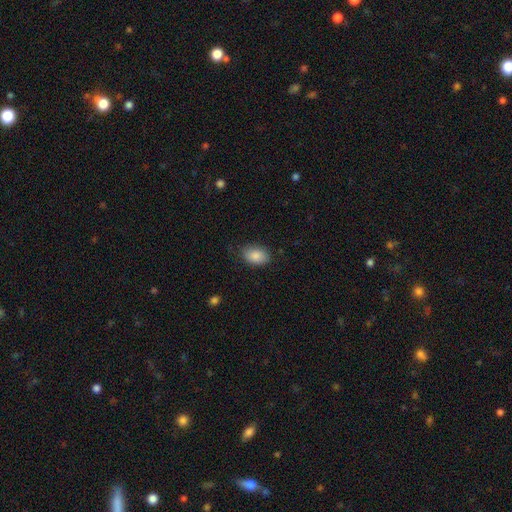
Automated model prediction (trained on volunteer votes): This appears to be a smooth galaxy with no disk features (87%) that is in between round and cigar-shaped (87%). Merging: none (81%).